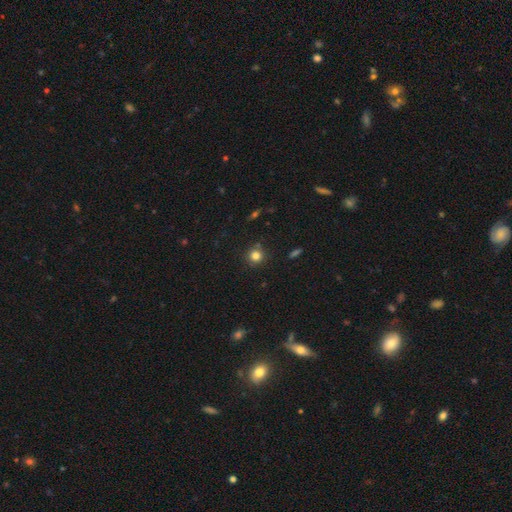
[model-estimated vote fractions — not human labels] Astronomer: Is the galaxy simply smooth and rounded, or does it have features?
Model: smooth — 81%.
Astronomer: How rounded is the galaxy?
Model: round — 92%.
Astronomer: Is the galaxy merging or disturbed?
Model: none — 84%.